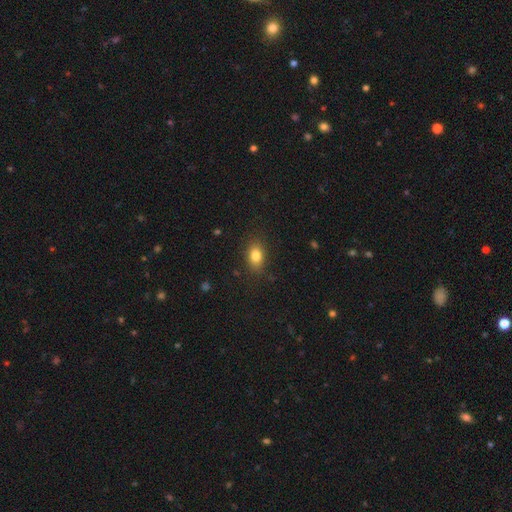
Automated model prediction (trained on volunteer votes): Smooth or featured? smooth (82%)
How rounded? in between (77%)
Merging? none (83%)